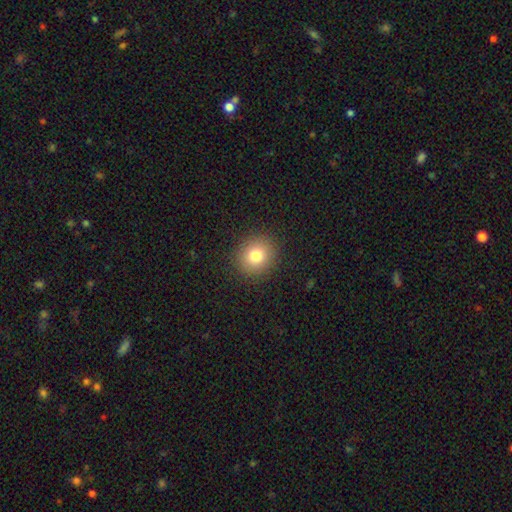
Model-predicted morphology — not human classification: smooth_or_featured: smooth (p=0.79) [alt: star or artifact p=0.12]
how_rounded: round (p=0.82) [alt: in between p=0.17]
merging: none (p=0.90) [alt: minor disturbance p=0.06]